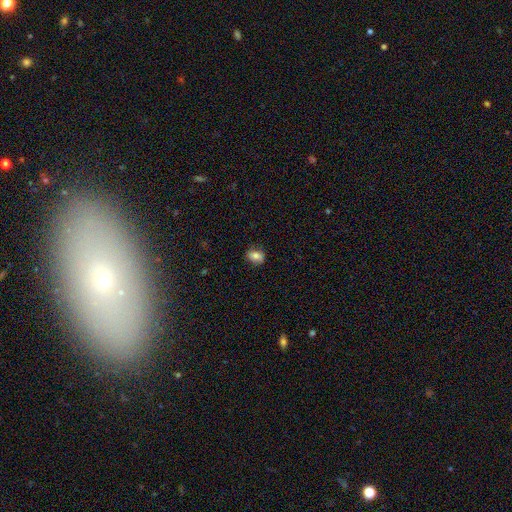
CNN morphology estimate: Smooth or featured? smooth (76%)
How rounded? in between (58%)
Merging? none (81%)